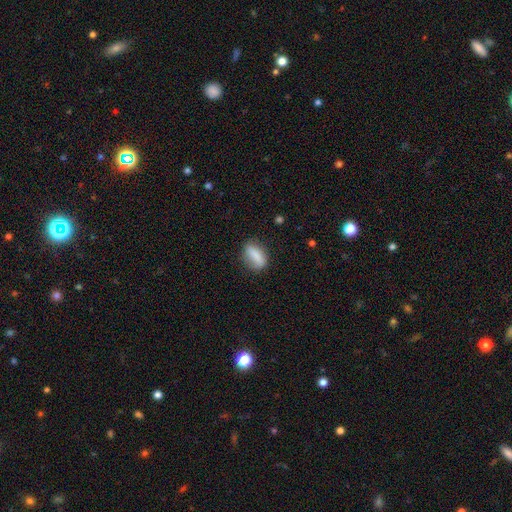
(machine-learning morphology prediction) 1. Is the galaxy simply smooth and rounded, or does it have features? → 80% smooth, 13% featured or disk, 8% star or artifact.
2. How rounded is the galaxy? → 77% in between, 15% cigar-shaped, 8% round.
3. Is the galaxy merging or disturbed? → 72% none, 20% minor disturbance, 6% major disturbance, 2% merger.